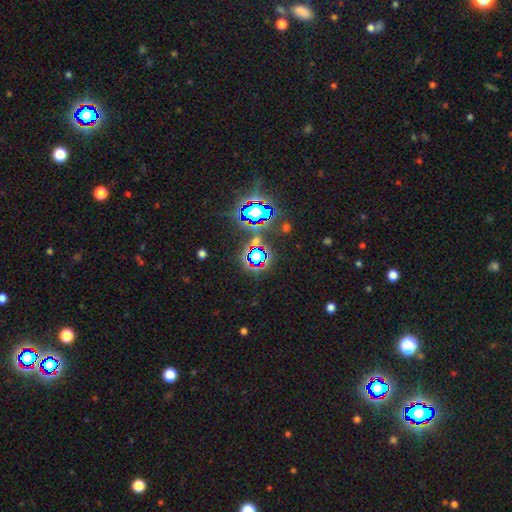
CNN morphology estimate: smooth-or-featured: star or artifact: 71% | smooth: 18% | featured or disk: 11%